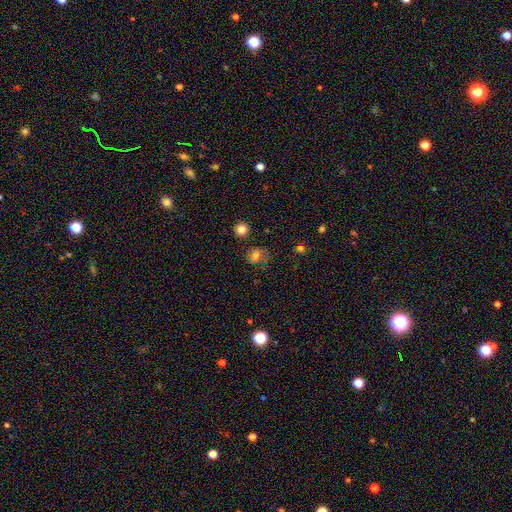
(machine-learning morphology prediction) Smooth or featured: smooth — 66% (featured or disk — 18%)
How rounded: round — 62% (in between — 37%)
Merging: none — 61% (minor disturbance — 23%)